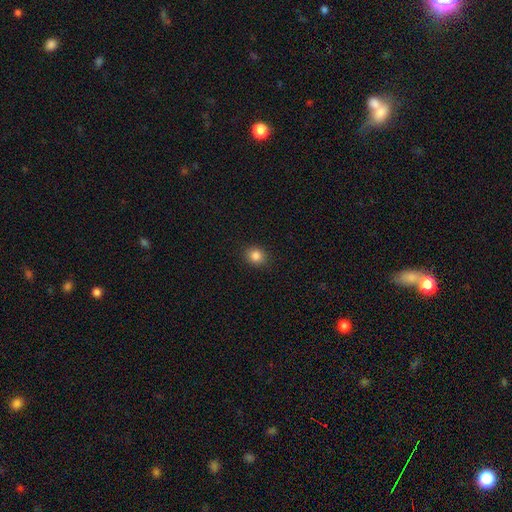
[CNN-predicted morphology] A smooth galaxy with no disk features (85%) that is round (69%). Merging: none (90%).